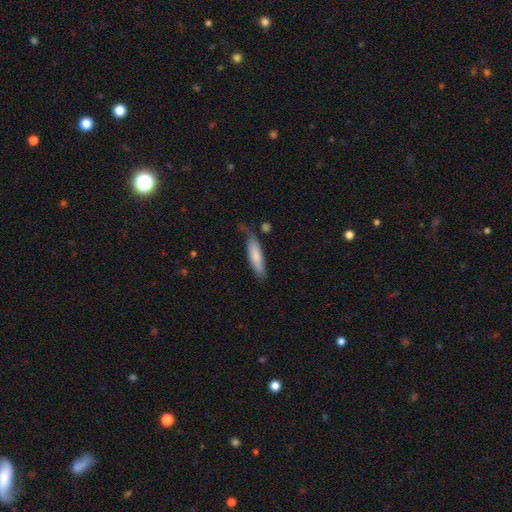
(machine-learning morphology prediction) smooth_or_featured: smooth (p=0.77) [alt: featured or disk p=0.17]
how_rounded: cigar-shaped (p=0.72) [alt: in between p=0.27]
merging: none (p=0.59) [alt: minor disturbance p=0.28]